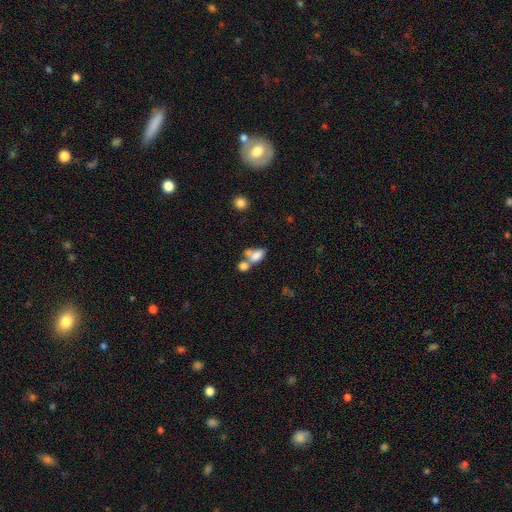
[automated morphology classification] smooth-or-featured: smooth: 76% | featured or disk: 15% | star or artifact: 10%
  how-rounded: in between: 86% | round: 9% | cigar-shaped: 5%
  merging: merger: 57% | none: 26% | minor disturbance: 10% | major disturbance: 7%